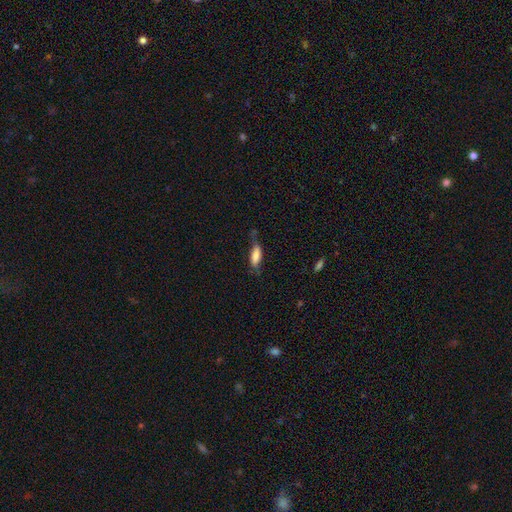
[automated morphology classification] This appears to be a smooth galaxy with no disk features (75%) that is in between round and cigar-shaped (63%). Merging: none (49%).